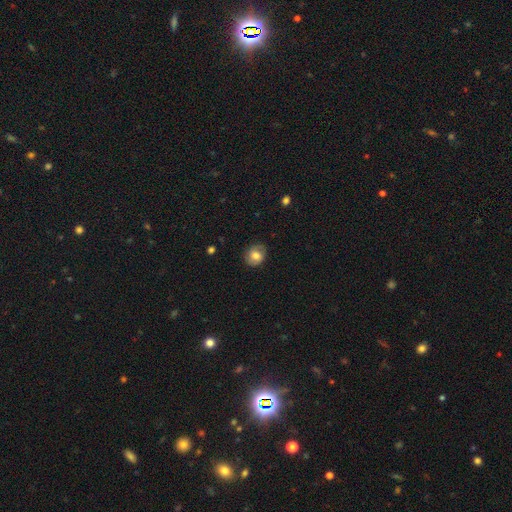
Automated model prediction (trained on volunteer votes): Morphology: type=smooth (70%); roundness=round (68%); merging=none (79%).